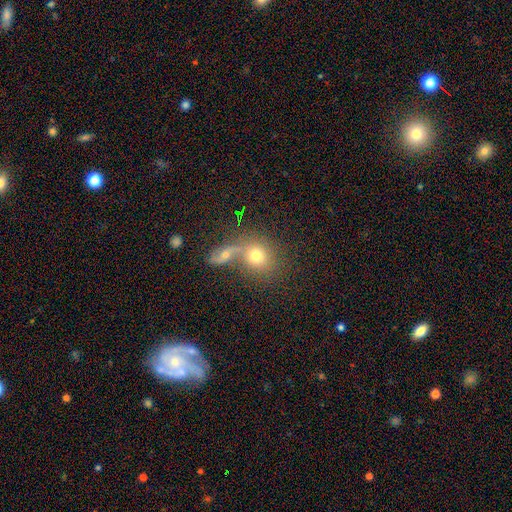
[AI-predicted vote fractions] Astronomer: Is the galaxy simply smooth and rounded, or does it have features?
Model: smooth — 69%.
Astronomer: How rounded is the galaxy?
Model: round — 71%.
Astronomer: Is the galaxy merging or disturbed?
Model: merger — 46% (runner-up: none, 38%).